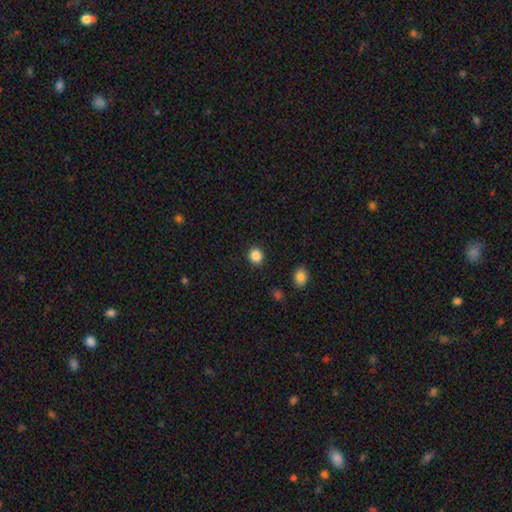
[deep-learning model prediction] Q: Smooth or featured?
A: smooth (86%); runner-up: star or artifact (10%)
Q: How rounded?
A: round (76%); runner-up: in between (23%)
Q: Merging?
A: none (90%); runner-up: minor disturbance (7%)